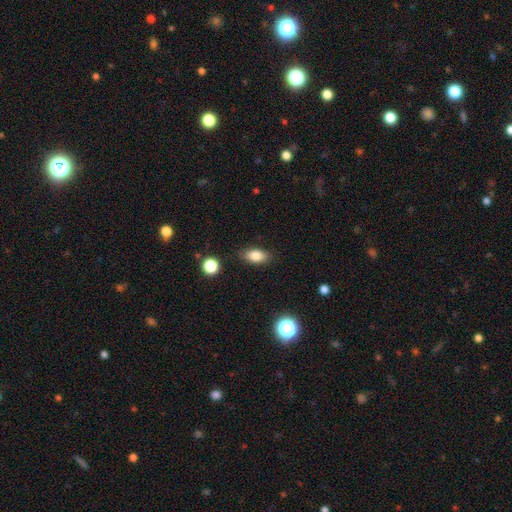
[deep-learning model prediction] This is clearly a smooth galaxy (82%). How rounded: clearly in between (86%). Merging: clearly none (84%).